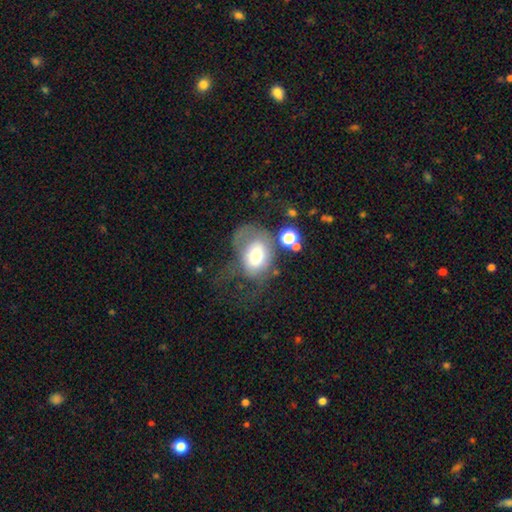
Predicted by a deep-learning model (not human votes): The model was most divided on "smooth or featured": smooth: 56%, featured or disk: 34%, star or artifact: 10%. Remaining: how rounded — in between (67%); merging — major disturbance (49%).